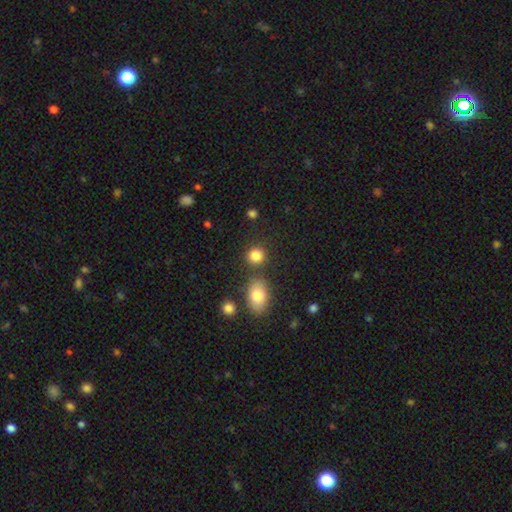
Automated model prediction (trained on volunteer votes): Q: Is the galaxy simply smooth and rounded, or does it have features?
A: smooth — 84%.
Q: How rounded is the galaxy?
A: round — 80%.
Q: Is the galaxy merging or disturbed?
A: none — 78%.